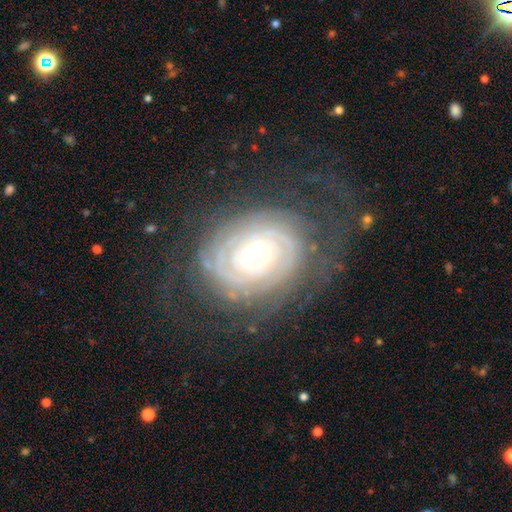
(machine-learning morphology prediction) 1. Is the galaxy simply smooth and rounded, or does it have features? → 84% featured or disk, 9% smooth, 7% star or artifact.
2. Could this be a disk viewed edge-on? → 97% no, 3% yes.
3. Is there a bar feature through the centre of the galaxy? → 77% no, 17% weak, 7% strong.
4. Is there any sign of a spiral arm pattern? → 93% yes, 7% no.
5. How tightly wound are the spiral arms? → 82% tight, 13% medium, 5% loose.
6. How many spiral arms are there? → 39% can't tell, 25% 2, 11% 3, 9% more than 4, 9% 4, 6% 1.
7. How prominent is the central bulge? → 51% small, 43% moderate, 4% large, 1% dominant, 1% none.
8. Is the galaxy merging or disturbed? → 68% none, 16% minor disturbance, 15% major disturbance, 1% merger.